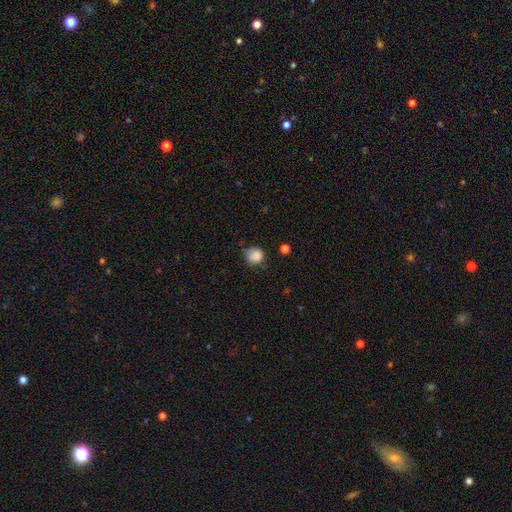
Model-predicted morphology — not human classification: A smooth galaxy with no disk features (85%) that is round (83%).

Vote fractions:
- Smooth or featured? smooth: 85% / star or artifact: 9% / featured or disk: 6%
- How rounded? round: 83% / in between: 16% / cigar-shaped: 1%
- Merging? none: 62% / minor disturbance: 29% / major disturbance: 7% / merger: 2%